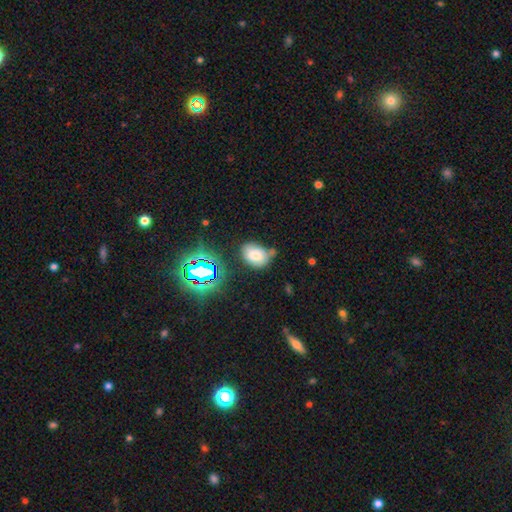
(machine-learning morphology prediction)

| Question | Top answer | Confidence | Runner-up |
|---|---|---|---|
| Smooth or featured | smooth | 71% | star or artifact (17%) |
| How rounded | in between | 67% | round (31%) |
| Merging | none | 49% | minor disturbance (31%) |